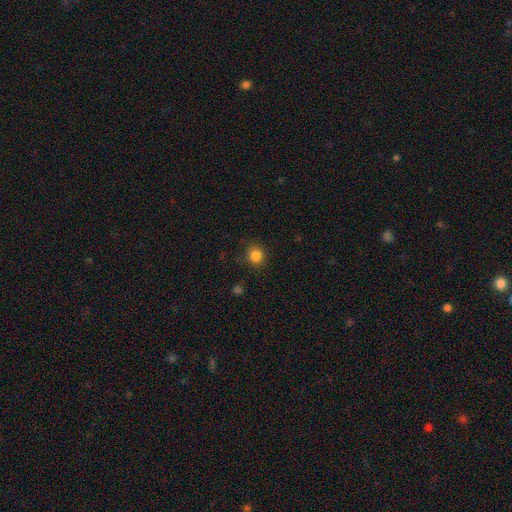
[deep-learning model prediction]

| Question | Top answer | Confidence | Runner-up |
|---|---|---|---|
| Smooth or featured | smooth | 84% | star or artifact (12%) |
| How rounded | round | 89% | in between (10%) |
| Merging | none | 87% | minor disturbance (9%) |